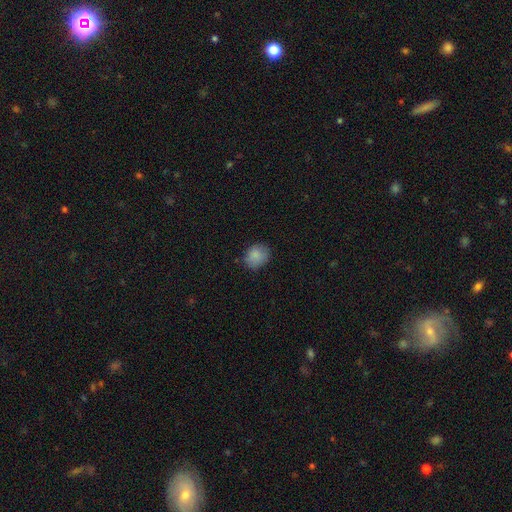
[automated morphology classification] type=smooth (86%); roundness=round (62%); merging=none (78%).